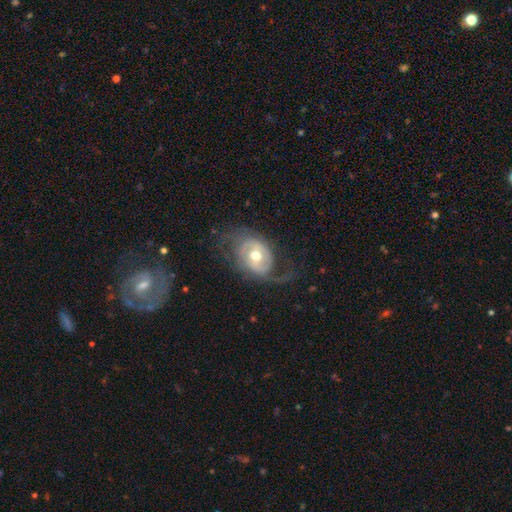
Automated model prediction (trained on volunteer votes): Overall: featured or disk (77%). Edge-on disk: no (96%). Bar: no (50%; weak 35%). Spiral arms: yes (82%). Spiral arm count: 2 (63%). Spiral winding: loose (39%; medium 36%). Bulge size: moderate (76%). Merging: none (53%; major disturbance 25%).